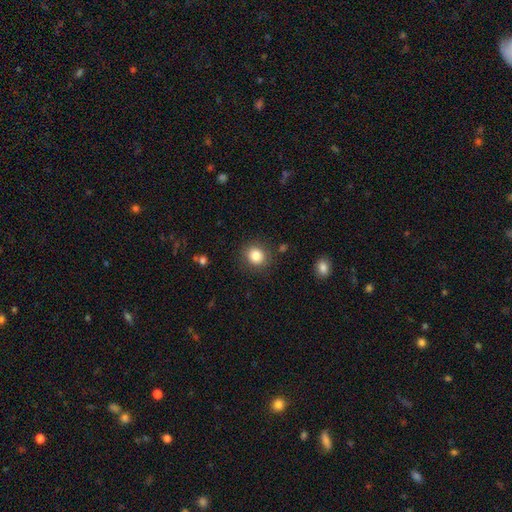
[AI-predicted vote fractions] This is clearly a smooth galaxy (84%). How rounded: likely round (77%). Merging: clearly none (87%).